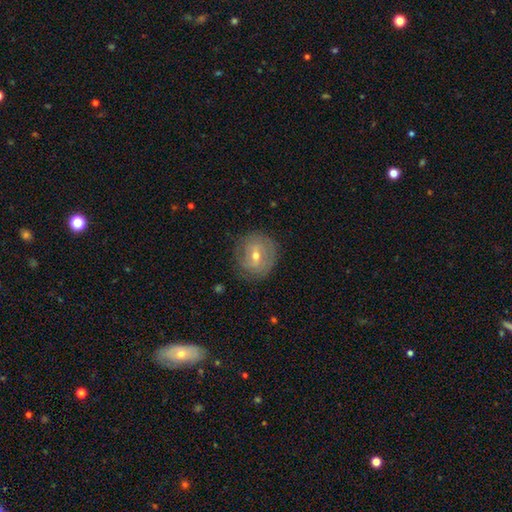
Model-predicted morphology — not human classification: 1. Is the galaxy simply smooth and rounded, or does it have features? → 56% featured or disk, 36% smooth, 9% star or artifact.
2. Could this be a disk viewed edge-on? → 94% no, 6% yes.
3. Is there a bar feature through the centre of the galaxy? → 50% weak, 30% no, 21% strong.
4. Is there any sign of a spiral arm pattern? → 54% yes, 46% no.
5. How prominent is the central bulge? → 58% moderate, 38% small, 2% large, 1% none, 1% dominant.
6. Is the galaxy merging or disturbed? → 78% none, 16% minor disturbance, 6% major disturbance, 1% merger.